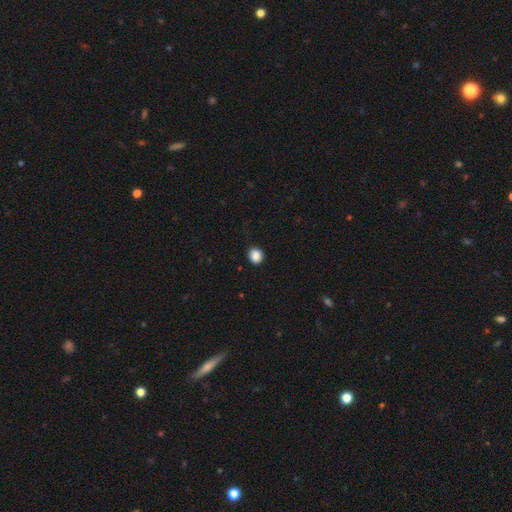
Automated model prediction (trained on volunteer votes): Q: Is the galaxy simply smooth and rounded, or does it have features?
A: smooth — 88%.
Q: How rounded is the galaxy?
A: round — 82%.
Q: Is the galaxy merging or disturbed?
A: none — 90%.